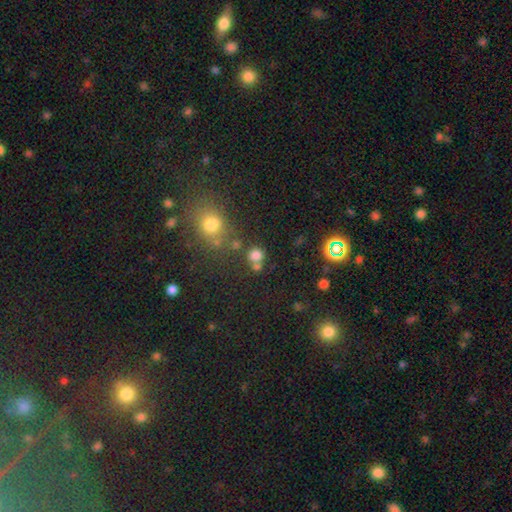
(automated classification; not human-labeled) Overall: smooth (73%). How rounded: round (83%). Merging: none (59%; merger 27%).